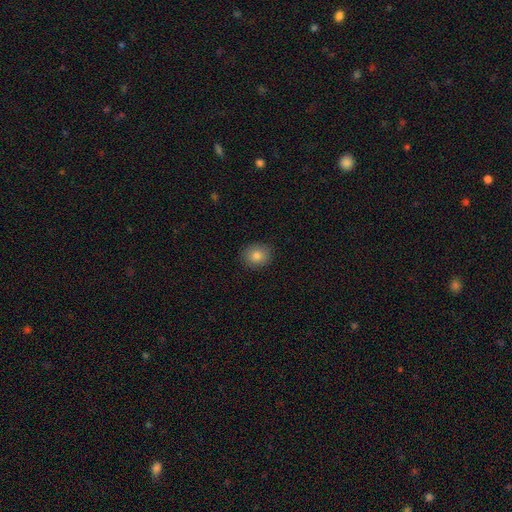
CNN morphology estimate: Smooth or featured? smooth (83%)
How rounded? round (72%)
Merging? none (89%)